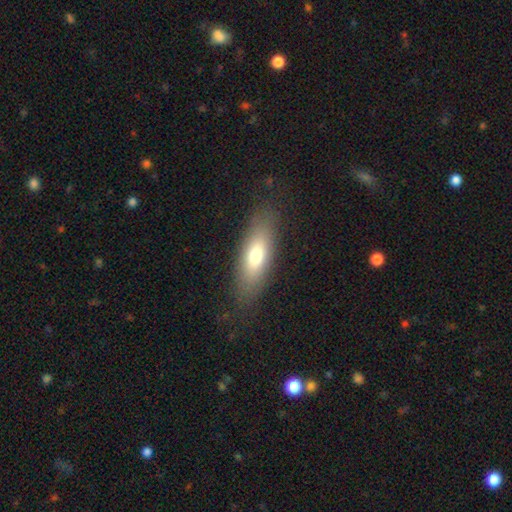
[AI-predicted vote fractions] smooth 71%, featured or disk 21%, star or artifact 8%. Down the decision tree: how rounded — in between (67%); merging — none (83%).